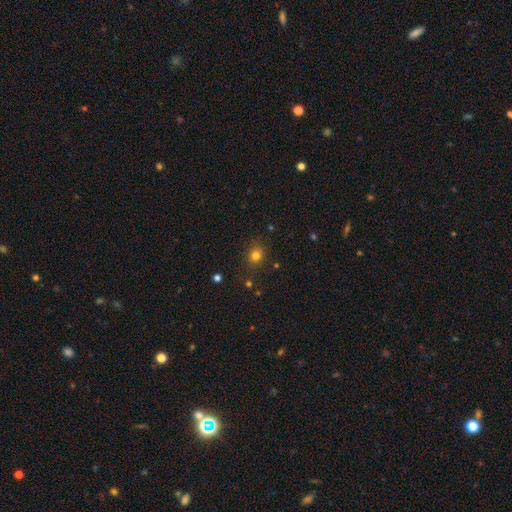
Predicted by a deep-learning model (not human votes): This appears to be a smooth galaxy with no disk features (79%) that is round (80%). Merging: none (85%).